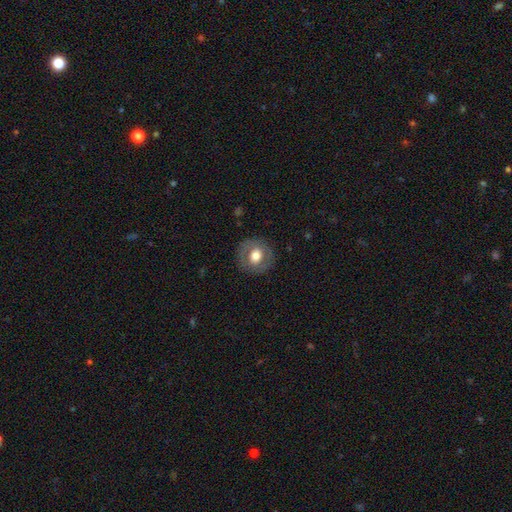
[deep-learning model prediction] This appears to be a smooth galaxy with no disk features (58%) that is round (86%). Merging: none (85%).